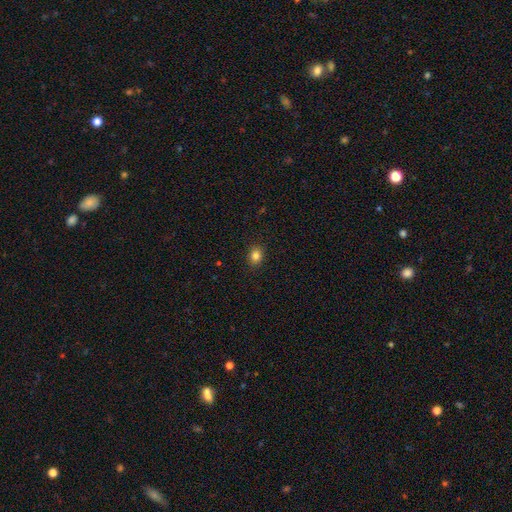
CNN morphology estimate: This is clearly a smooth galaxy (83%). How rounded: likely round (60%). Merging: clearly none (90%).